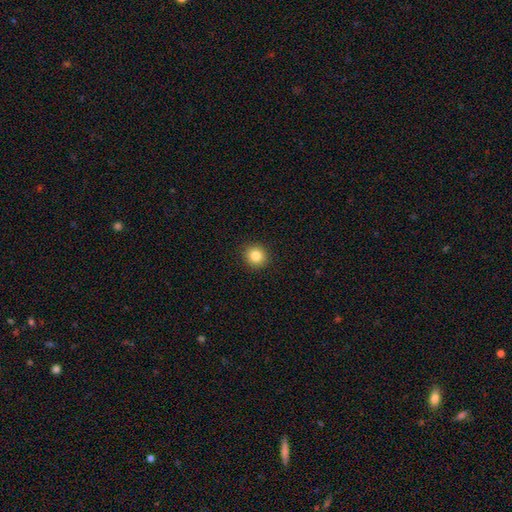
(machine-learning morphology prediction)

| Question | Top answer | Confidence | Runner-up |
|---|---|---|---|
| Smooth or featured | smooth | 84% | star or artifact (11%) |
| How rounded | round | 91% | in between (8%) |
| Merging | none | 92% | minor disturbance (5%) |